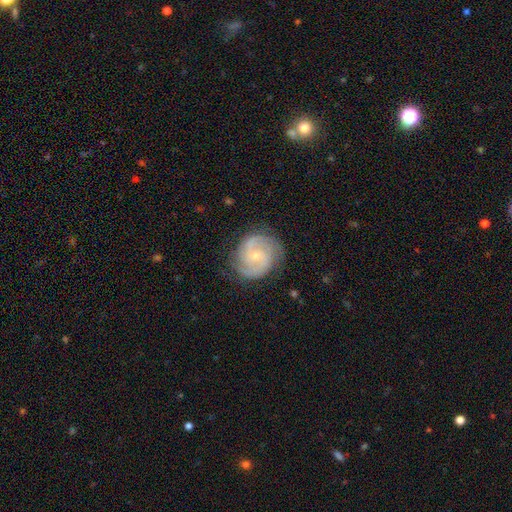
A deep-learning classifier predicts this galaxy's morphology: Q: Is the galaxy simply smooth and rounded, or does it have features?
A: featured or disk — 87%.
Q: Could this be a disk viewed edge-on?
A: no — 98%.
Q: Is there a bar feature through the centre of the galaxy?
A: no — 57%.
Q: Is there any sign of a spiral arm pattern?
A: yes — 98%.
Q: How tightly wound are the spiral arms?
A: tight — 53%.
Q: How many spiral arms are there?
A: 2 — 56%.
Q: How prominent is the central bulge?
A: small — 71%.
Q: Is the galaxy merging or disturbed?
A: none — 81%.